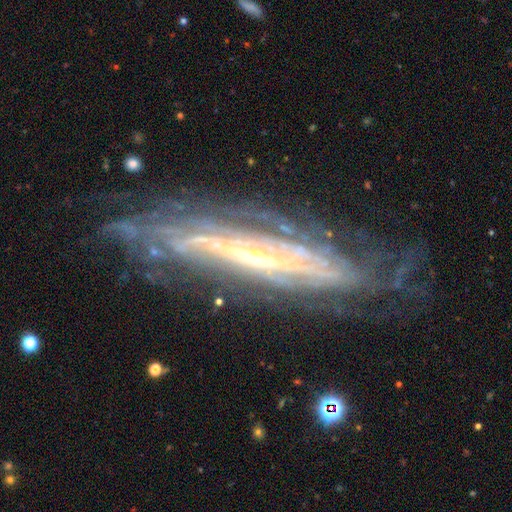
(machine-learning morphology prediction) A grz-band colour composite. It shows a featured or disk galaxy (86%). Merging: none (69%).